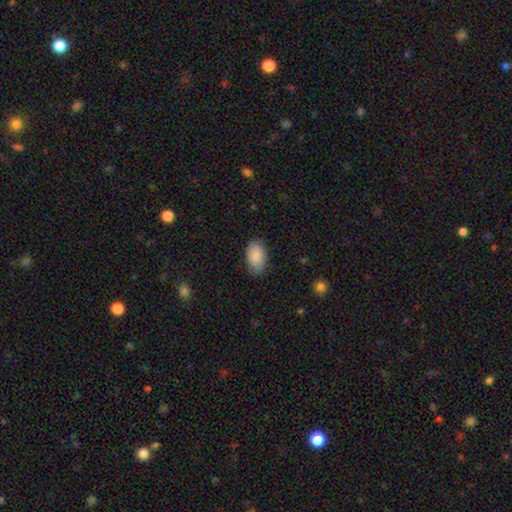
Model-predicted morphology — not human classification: type=smooth (90%); roundness=in between (94%); merging=none (82%).